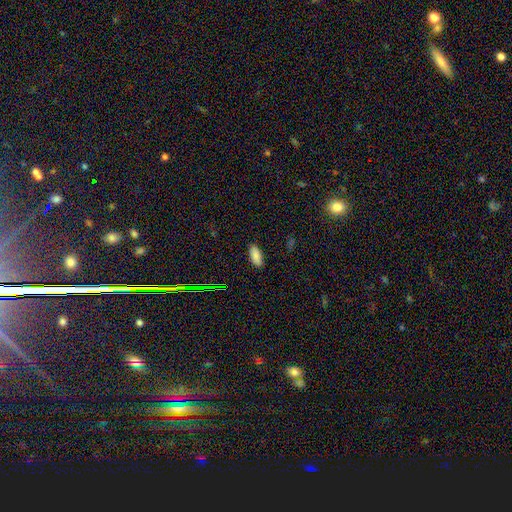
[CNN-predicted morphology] Overall: smooth (84%). How rounded: in between (89%). Merging: none (86%).